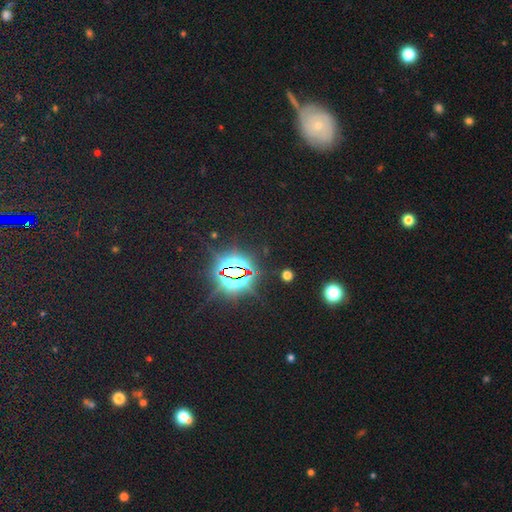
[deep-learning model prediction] star or artifact 76%, smooth 14%, featured or disk 10%.